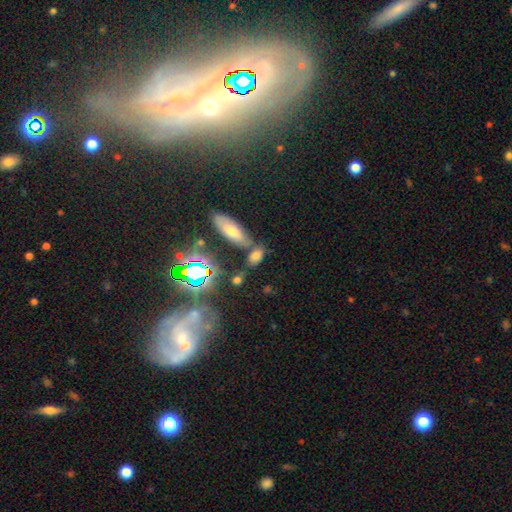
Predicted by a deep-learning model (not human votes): smooth_or_featured: smooth (p=0.66) [alt: star or artifact p=0.20]
how_rounded: in between (p=0.76) [alt: cigar-shaped p=0.13]
merging: none (p=0.58) [alt: merger p=0.22]